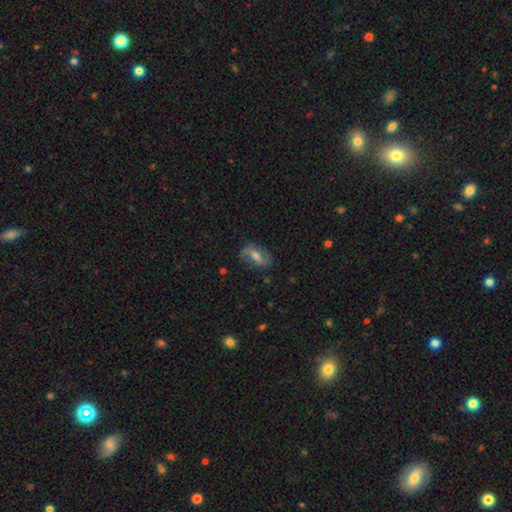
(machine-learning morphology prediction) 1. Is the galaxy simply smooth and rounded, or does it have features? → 64% featured or disk, 28% smooth, 8% star or artifact.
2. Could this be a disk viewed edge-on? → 93% no, 7% yes.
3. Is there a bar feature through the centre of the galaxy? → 44% weak, 35% strong, 21% no.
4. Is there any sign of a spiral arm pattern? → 84% yes, 16% no.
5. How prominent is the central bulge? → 51% moderate, 32% small, 8% none, 7% large, 1% dominant.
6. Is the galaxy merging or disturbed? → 73% none, 18% minor disturbance, 7% major disturbance, 2% merger.